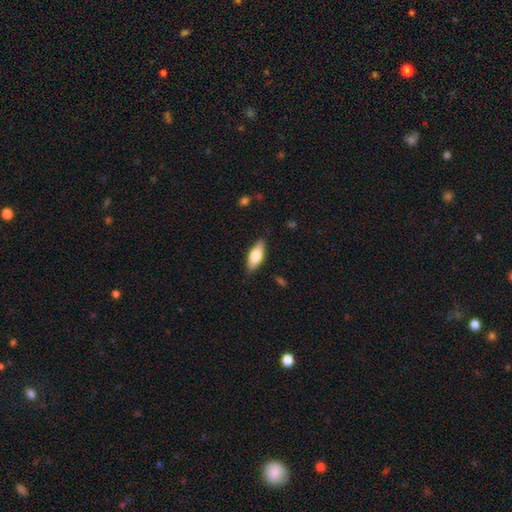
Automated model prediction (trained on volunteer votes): A smooth galaxy with no disk features (74%) that is in between round and cigar-shaped (79%). Merging: none (84%).